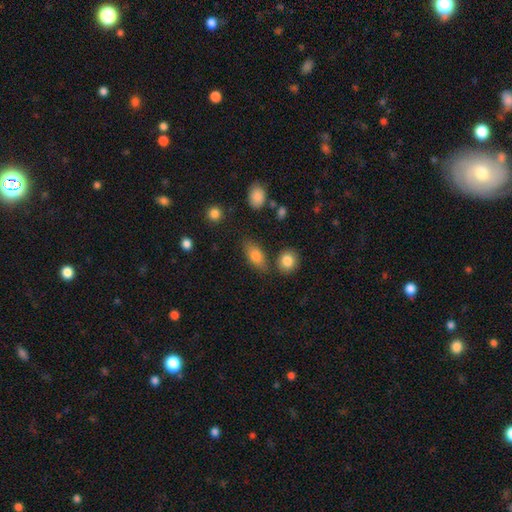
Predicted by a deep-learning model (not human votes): A smooth galaxy with no disk features (80%) that is in between round and cigar-shaped (82%). Merging: none (72%).